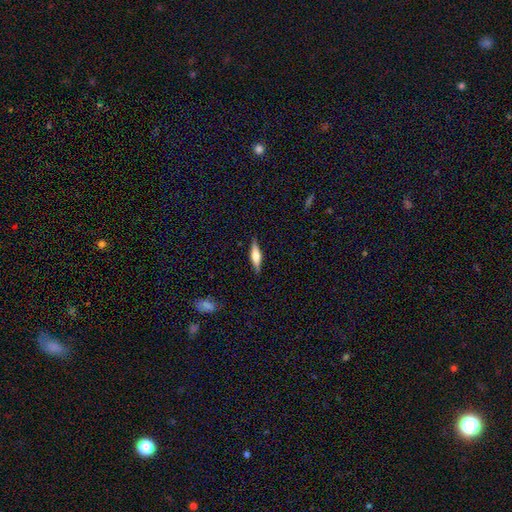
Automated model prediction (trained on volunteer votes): smooth_or_featured: featured or disk (p=0.58) [alt: smooth p=0.35]
disk_edge_on: yes (p=0.96) [alt: no p=0.04]
edge_on_bulge: rounded (p=0.81) [alt: boxy p=0.15]
merging: none (p=0.88) [alt: minor disturbance p=0.09]